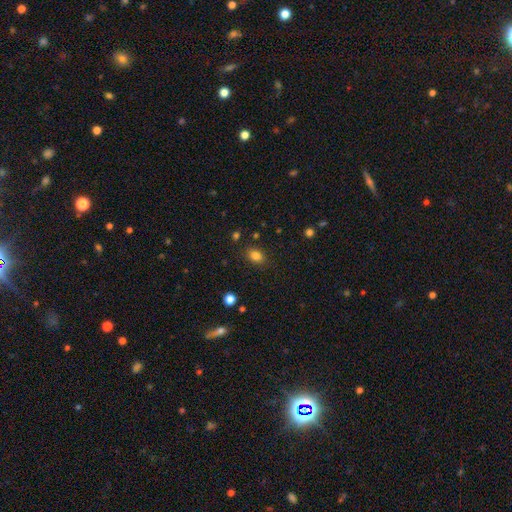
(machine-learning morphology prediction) Overall: smooth (82%). How rounded: in between (71%). Merging: none (83%).